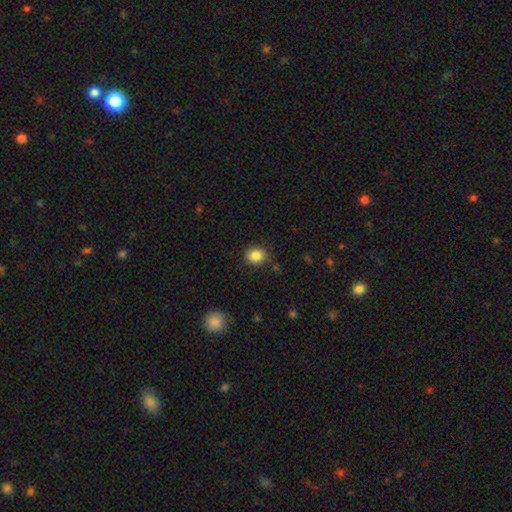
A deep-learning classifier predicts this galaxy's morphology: smooth 86%, star or artifact 9%, featured or disk 4%. Down the decision tree: how rounded — round (66%); merging — none (84%).